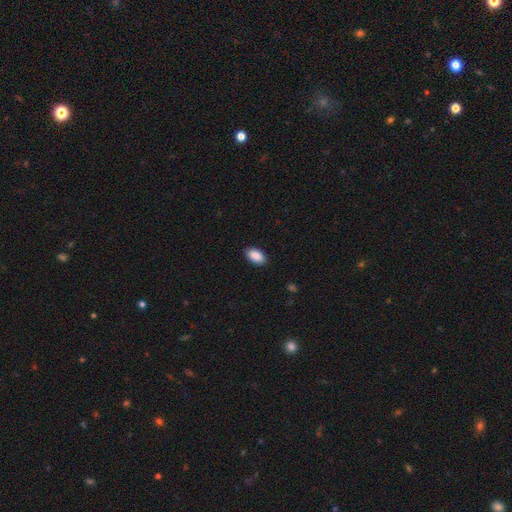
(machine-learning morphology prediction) This is clearly a smooth galaxy (90%). How rounded: clearly in between (94%). Merging: clearly none (89%).